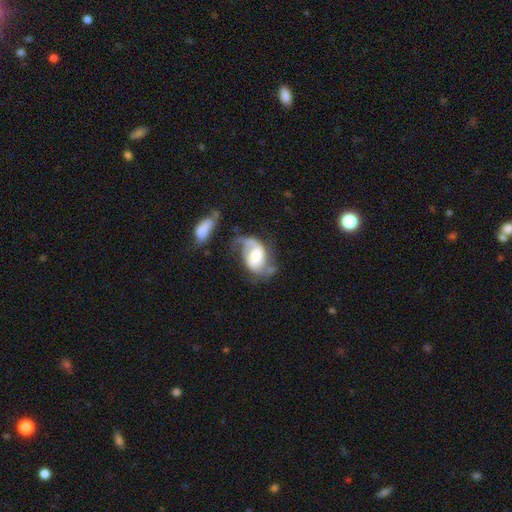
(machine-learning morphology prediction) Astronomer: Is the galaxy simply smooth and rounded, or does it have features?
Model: featured or disk — 80%.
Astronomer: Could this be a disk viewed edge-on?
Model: no — 97%.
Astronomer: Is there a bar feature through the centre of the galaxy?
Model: no — 43% (runner-up: weak, 41%).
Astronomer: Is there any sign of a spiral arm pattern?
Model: yes — 93%.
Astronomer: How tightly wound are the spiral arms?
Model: loose — 48% (runner-up: medium, 40%).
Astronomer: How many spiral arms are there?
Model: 2 — 76%.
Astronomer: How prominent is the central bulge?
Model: moderate — 54%.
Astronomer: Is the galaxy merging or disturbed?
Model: none — 42% (runner-up: major disturbance, 24%).